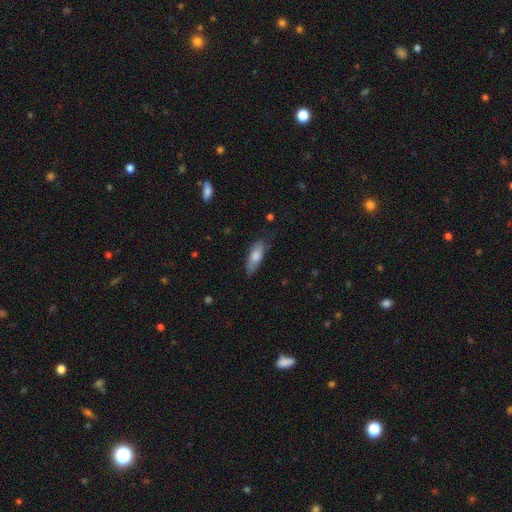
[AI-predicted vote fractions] Smooth or featured?
  - smooth: 71% *
  - featured or disk: 22%
  - star or artifact: 6%
How rounded?
  - in between: 69% *
  - cigar-shaped: 28%
  - round: 2%
Merging?
  - none: 69% *
  - minor disturbance: 23%
  - major disturbance: 6%
  - merger: 1%